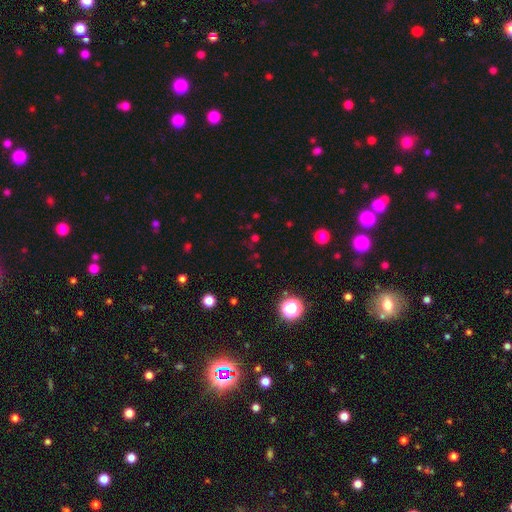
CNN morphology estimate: star or artifact 56%, smooth 36%, featured or disk 8%.